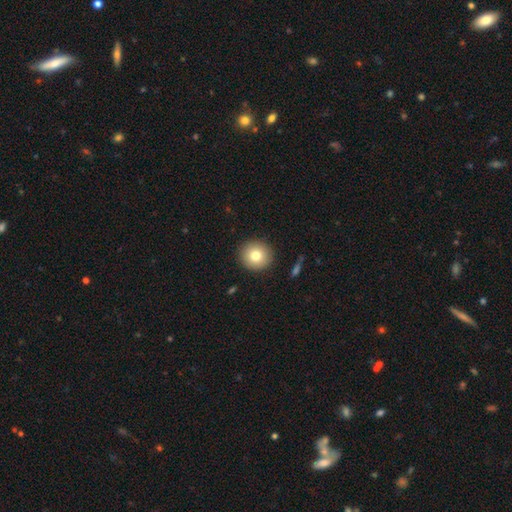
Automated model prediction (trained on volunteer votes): Smooth or featured: smooth — 79% (featured or disk — 12%)
How rounded: round — 92% (in between — 7%)
Merging: none — 91% (minor disturbance — 6%)